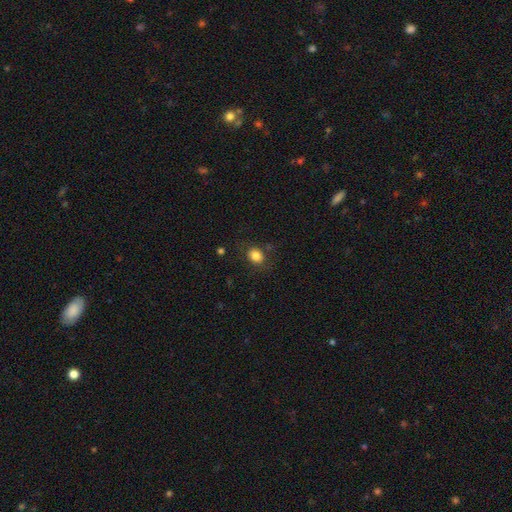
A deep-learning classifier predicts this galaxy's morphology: smooth-or-featured: smooth: 82% | star or artifact: 11% | featured or disk: 7%
  how-rounded: round: 61% | in between: 38% | cigar-shaped: 1%
  merging: none: 79% | minor disturbance: 14% | major disturbance: 5% | merger: 2%